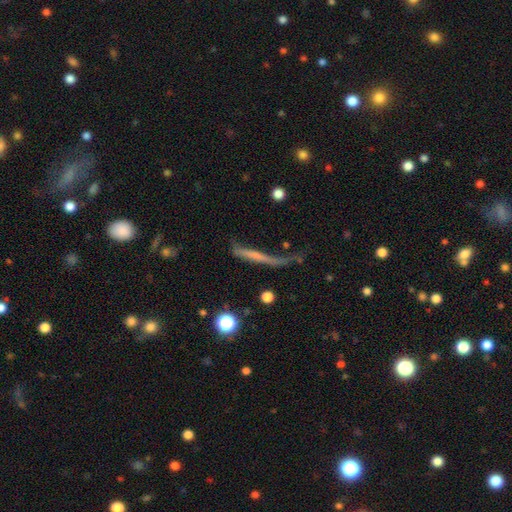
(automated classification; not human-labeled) A smooth galaxy with no disk features (45%). Merging: none (41%).